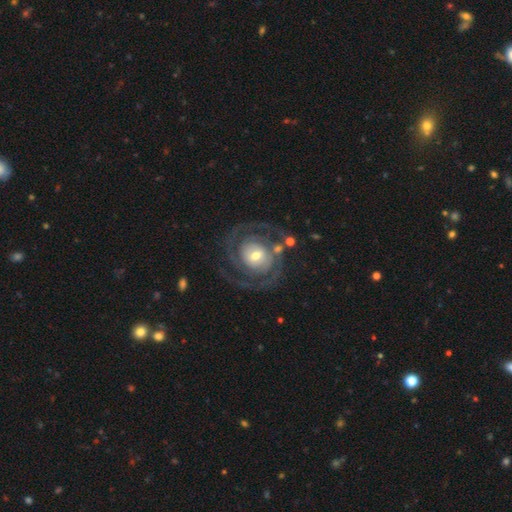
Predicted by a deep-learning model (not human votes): A featured or disk galaxy (87%) with no bar (58%), 2 (70%) tight (62%) spiral arms (95%) and a moderate central bulge (57%).

Vote fractions:
- Smooth or featured? featured or disk: 87% / smooth: 8% / star or artifact: 5%
- Edge-on disk? no: 98% / yes: 2%
- Bar? no: 58% / weak: 31% / strong: 11%
- Spiral arms? yes: 95% / no: 5%
- Spiral winding? tight: 62% / medium: 30% / loose: 9%
- Spiral arm count? 2: 70% / can't tell: 11% / 3: 9% / 1: 4% / 4: 3% / more than 4: 3%
- Bulge size? moderate: 57% / small: 32% / large: 9% / dominant: 1% / none: 1%
- Merging? none: 73% / minor disturbance: 13% / major disturbance: 11% / merger: 4%